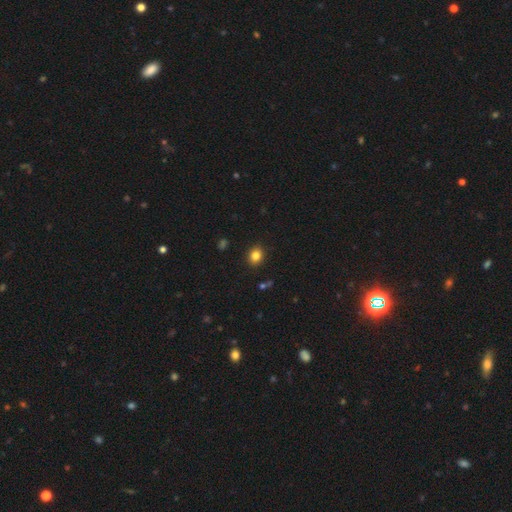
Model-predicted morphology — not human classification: Q: Smooth or featured?
A: smooth (83%); runner-up: star or artifact (11%)
Q: How rounded?
A: round (65%); runner-up: in between (34%)
Q: Merging?
A: none (90%); runner-up: minor disturbance (7%)